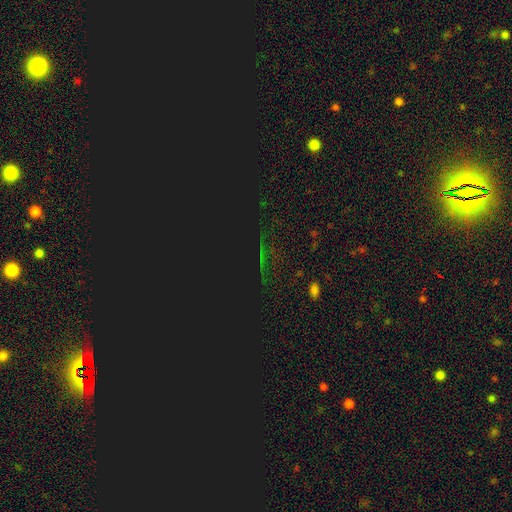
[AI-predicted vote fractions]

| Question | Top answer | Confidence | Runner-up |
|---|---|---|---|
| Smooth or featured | star or artifact | 83% | smooth (10%) |